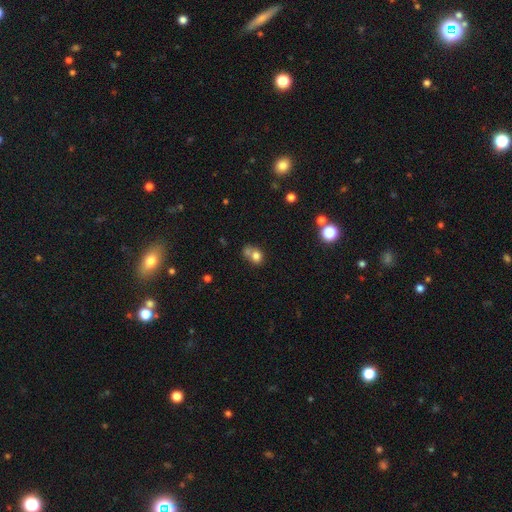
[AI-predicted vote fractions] smooth 75%, star or artifact 13%, featured or disk 12%. Down the decision tree: how rounded — round (58%); merging — merger (42%).